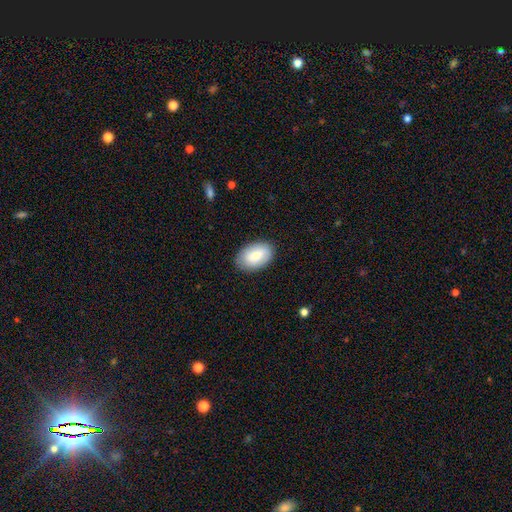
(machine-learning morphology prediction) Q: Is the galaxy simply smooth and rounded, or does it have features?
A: smooth — 78%.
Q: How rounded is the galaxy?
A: in between — 93%.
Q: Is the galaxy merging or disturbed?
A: none — 85%.